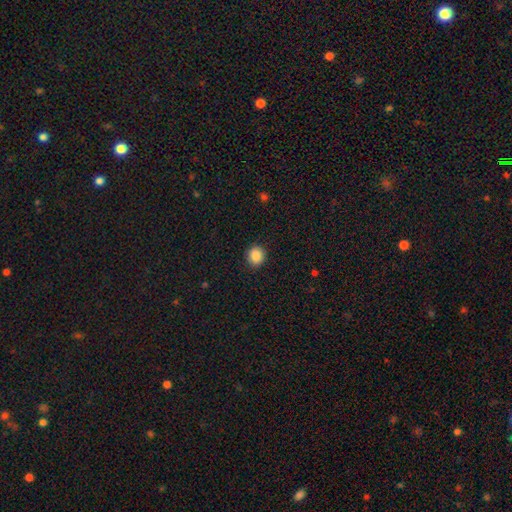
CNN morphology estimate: A smooth galaxy with no disk features (88%) that is round (86%). Merging: none (91%).